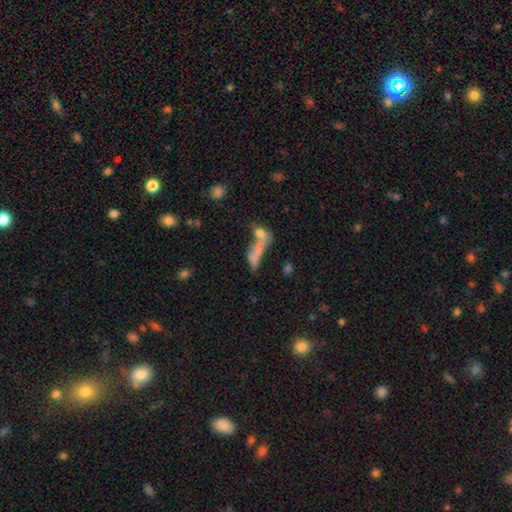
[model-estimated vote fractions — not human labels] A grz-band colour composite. It shows a smooth galaxy with no disk features (52%) that is cigar-shaped (65%). Merging: none (40%).